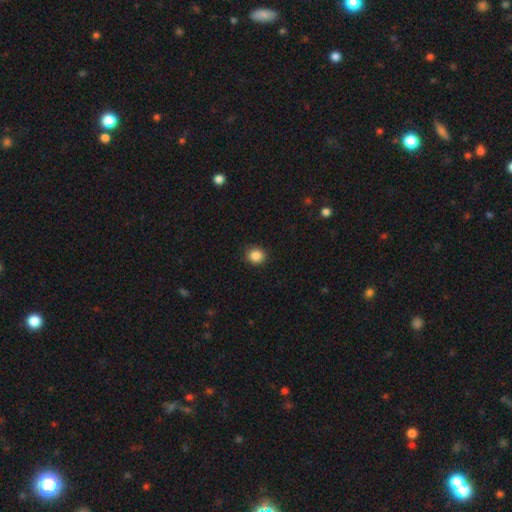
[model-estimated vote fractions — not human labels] Smooth or featured? Predicted: smooth (p=0.86). How rounded? Predicted: round (p=0.83). Merging? Predicted: none (p=0.89).